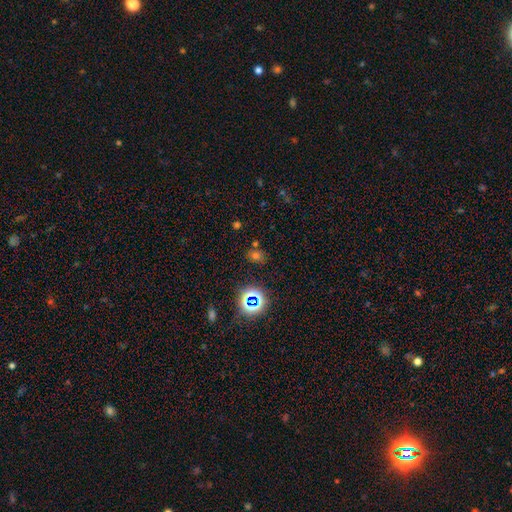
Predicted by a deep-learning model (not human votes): Morphology: type=smooth (50%); merging=none (78%).